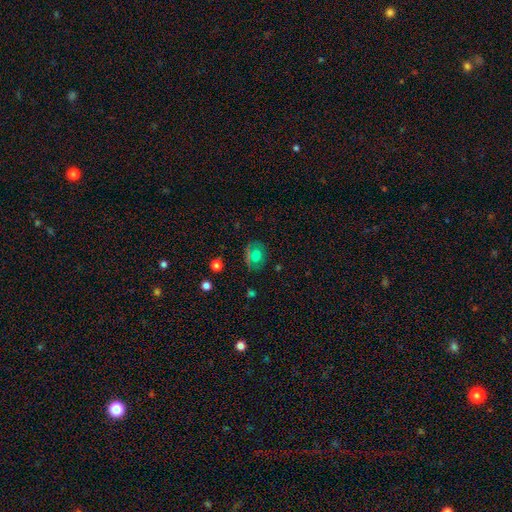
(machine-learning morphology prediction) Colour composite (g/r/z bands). It shows a smooth galaxy with no disk features (58%) that is round (53%). Merging: none (70%).